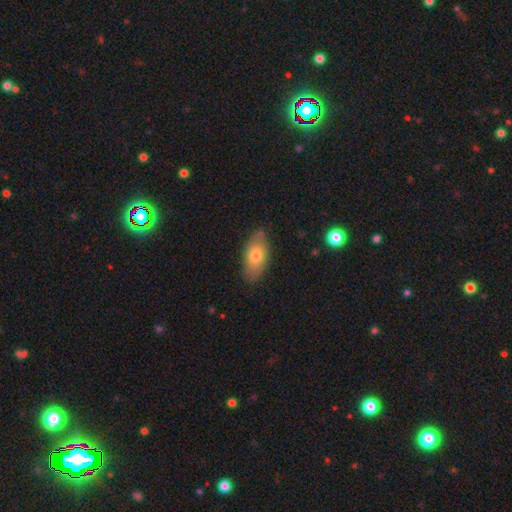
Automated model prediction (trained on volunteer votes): Smooth or featured: smooth — 72% (featured or disk — 22%)
How rounded: in between — 91% (cigar-shaped — 5%)
Merging: none — 79% (minor disturbance — 16%)